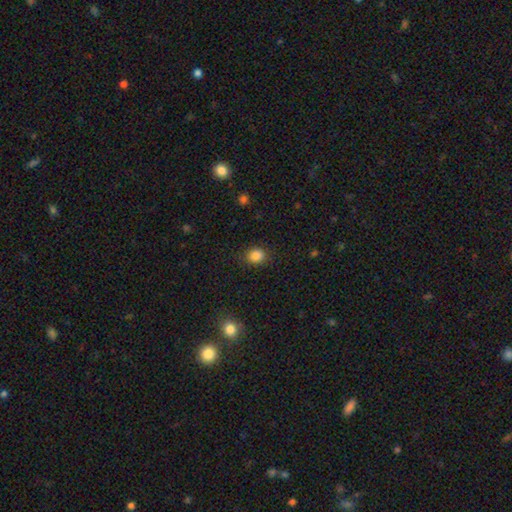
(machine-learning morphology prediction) Q: Smooth or featured?
A: smooth (85%); runner-up: star or artifact (11%)
Q: How rounded?
A: round (56%); runner-up: in between (43%)
Q: Merging?
A: none (85%); runner-up: minor disturbance (11%)